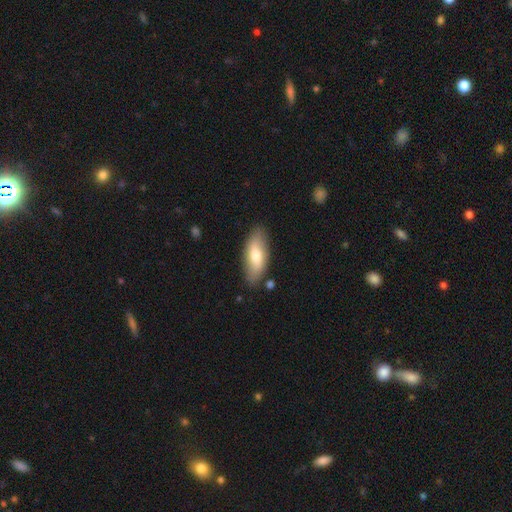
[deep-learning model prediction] This is likely a smooth galaxy (66%). How rounded: likely in between (75%). Merging: clearly none (82%).